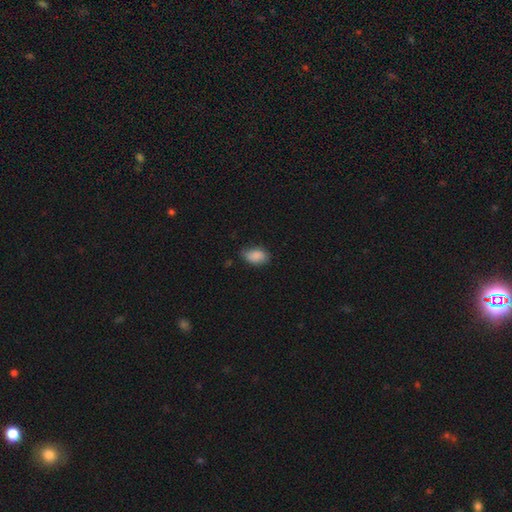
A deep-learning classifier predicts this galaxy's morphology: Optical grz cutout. It shows a smooth galaxy with no disk features (88%) that is in between round and cigar-shaped (89%). Merging: none (71%).